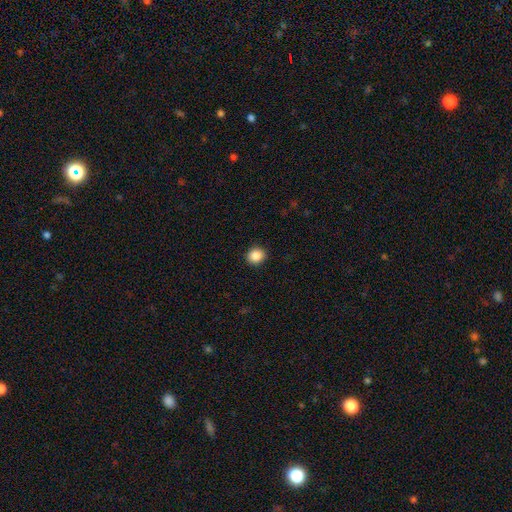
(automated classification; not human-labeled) Overall: smooth (87%). How rounded: round (82%). Merging: none (91%).